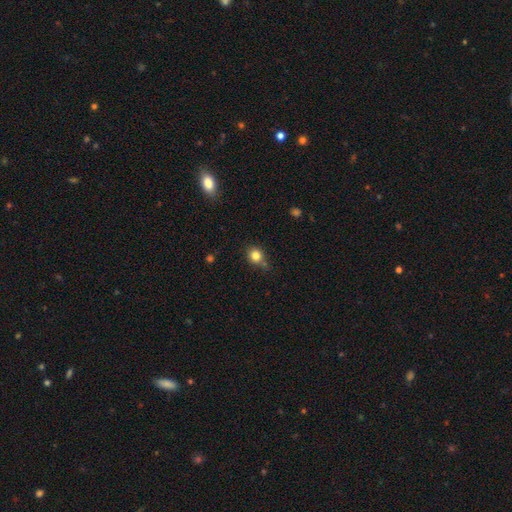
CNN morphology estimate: Smooth or featured: smooth — 82% (star or artifact — 12%)
How rounded: round — 83% (in between — 16%)
Merging: none — 69% (minor disturbance — 19%)